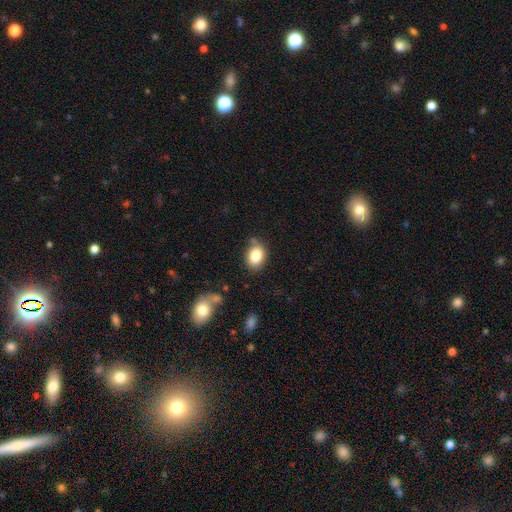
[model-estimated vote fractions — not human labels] Q: Smooth or featured?
A: smooth (83%); runner-up: star or artifact (9%)
Q: How rounded?
A: in between (68%); runner-up: round (31%)
Q: Merging?
A: none (71%); runner-up: minor disturbance (20%)